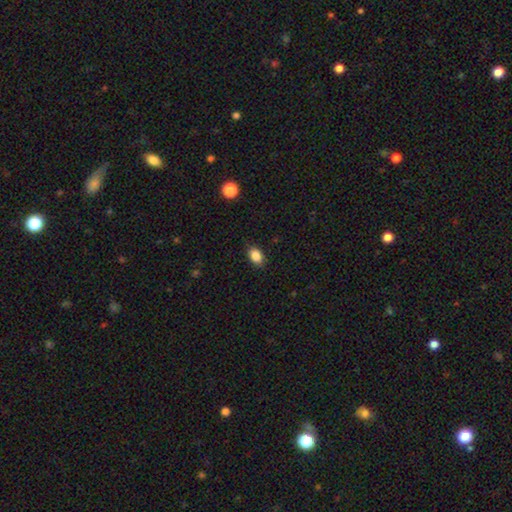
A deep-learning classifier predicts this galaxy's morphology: Smooth or featured? Predicted: smooth (p=0.87). How rounded? Predicted: in between (p=0.84). Merging? Predicted: none (p=0.86).